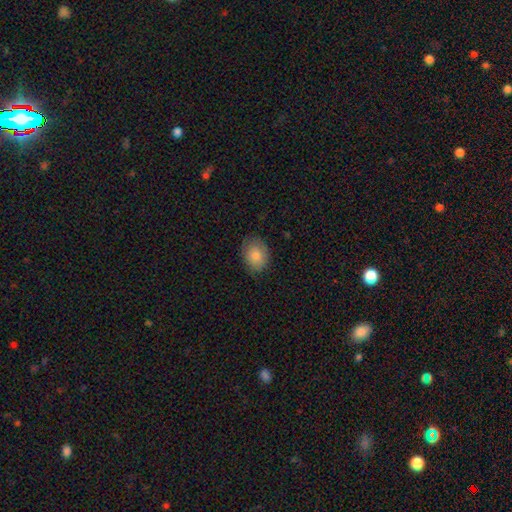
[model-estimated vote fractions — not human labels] Smooth or featured: smooth — 82% (featured or disk — 10%)
How rounded: in between — 58% (round — 41%)
Merging: none — 83% (minor disturbance — 14%)